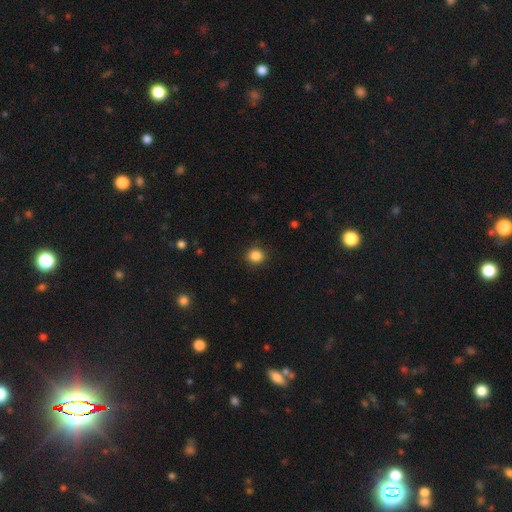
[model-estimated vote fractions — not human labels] A smooth galaxy with no disk features (86%) that is round (86%).

Vote fractions:
- Smooth or featured? smooth: 86% / star or artifact: 11% / featured or disk: 3%
- How rounded? round: 86% / in between: 13% / cigar-shaped: 1%
- Merging? none: 89% / minor disturbance: 7% / major disturbance: 2% / merger: 1%